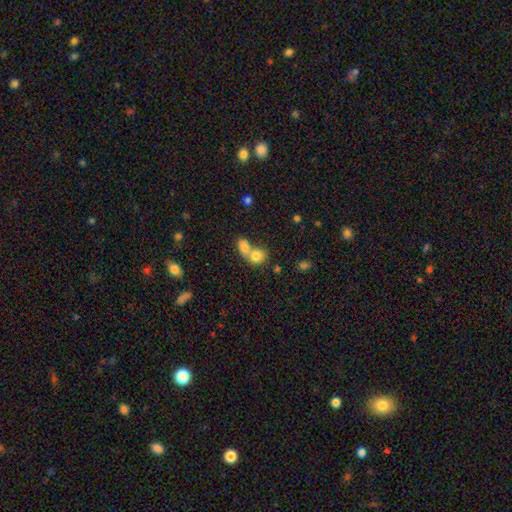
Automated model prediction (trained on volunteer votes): Overall: smooth (79%). How rounded: round (51%; in between 47%). Merging: merger (66%).